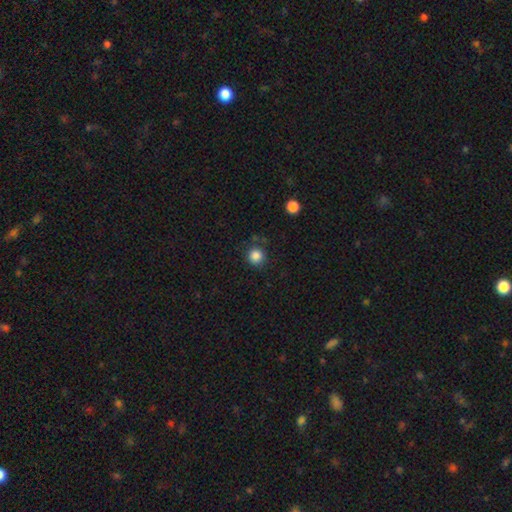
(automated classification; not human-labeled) This appears to be a smooth galaxy with no disk features (85%) that is round (94%). Merging: none (84%).